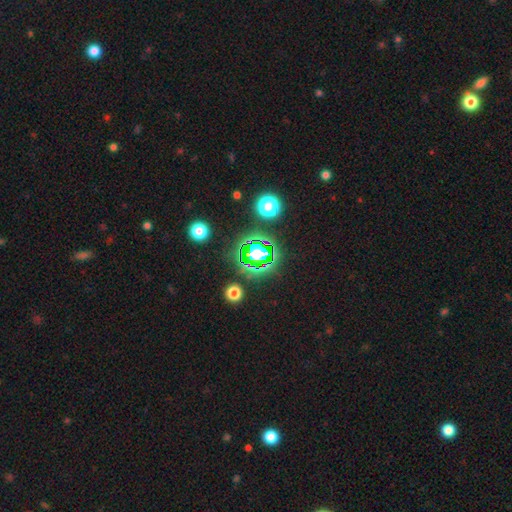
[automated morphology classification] Smooth or featured? star or artifact (75%)